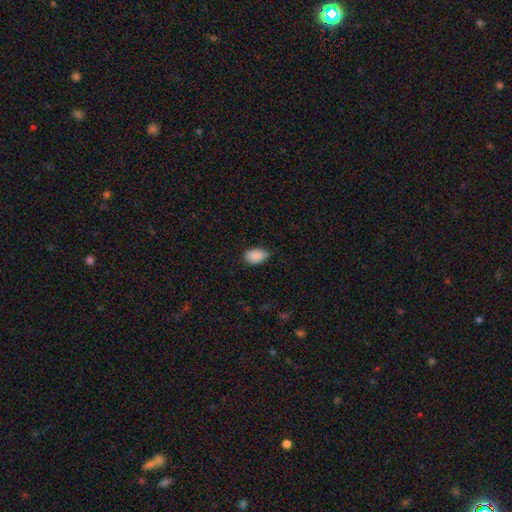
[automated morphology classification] Smooth or featured: smooth — 90% (star or artifact — 7%)
How rounded: in between — 92% (round — 6%)
Merging: none — 77% (minor disturbance — 19%)